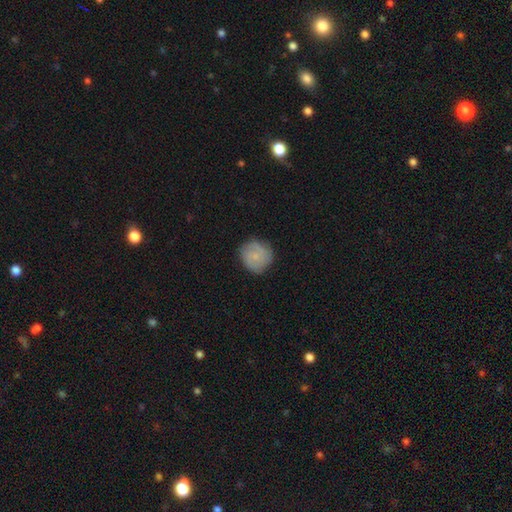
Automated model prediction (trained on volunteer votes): Smooth or featured? smooth (49%)
Merging? none (81%)